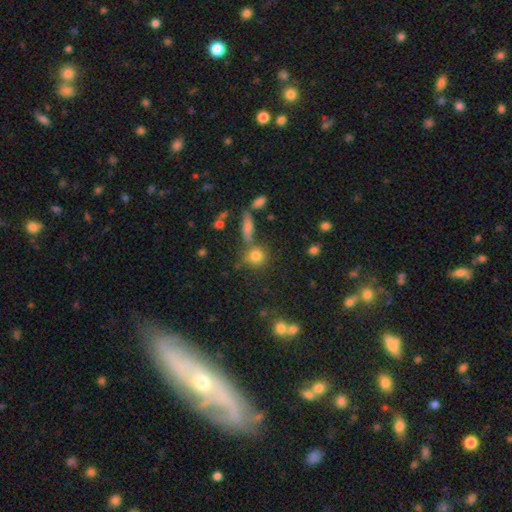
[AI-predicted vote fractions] Smooth or featured?
  - smooth: 77% *
  - star or artifact: 13%
  - featured or disk: 11%
How rounded?
  - round: 80% *
  - in between: 17%
  - cigar-shaped: 3%
Merging?
  - none: 64% *
  - merger: 18%
  - minor disturbance: 12%
  - major disturbance: 5%